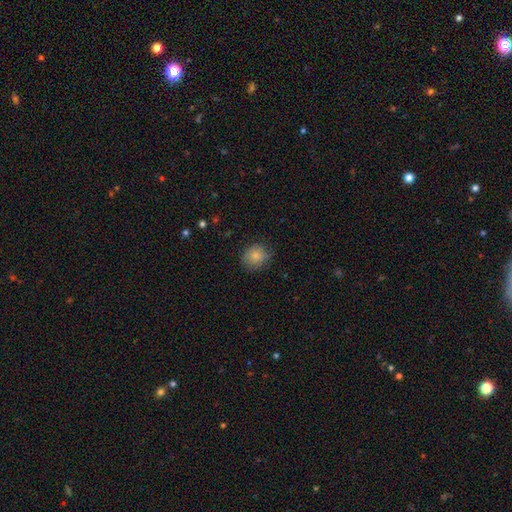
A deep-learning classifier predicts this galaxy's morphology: Overall: smooth (81%). How rounded: round (79%). Merging: none (79%).